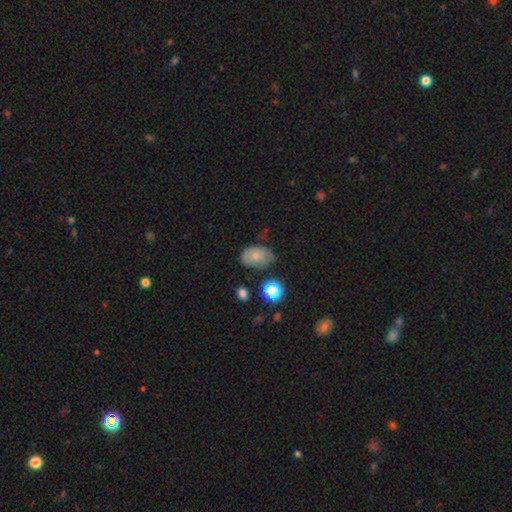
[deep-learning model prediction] This is likely a smooth galaxy (72%). How rounded: clearly in between (84%). Merging: possibly none (56%).